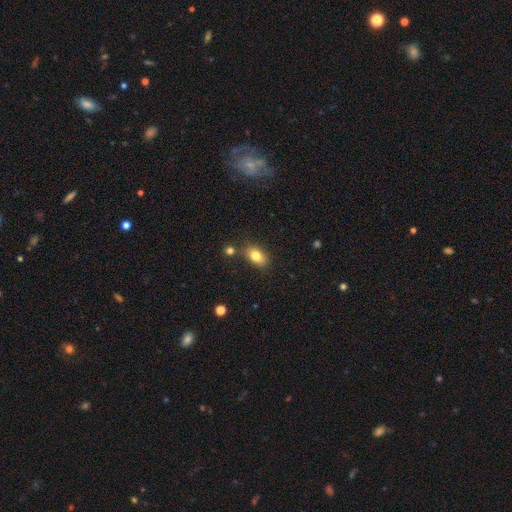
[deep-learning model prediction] Smooth or featured? smooth (80%)
How rounded? in between (81%)
Merging? none (72%)